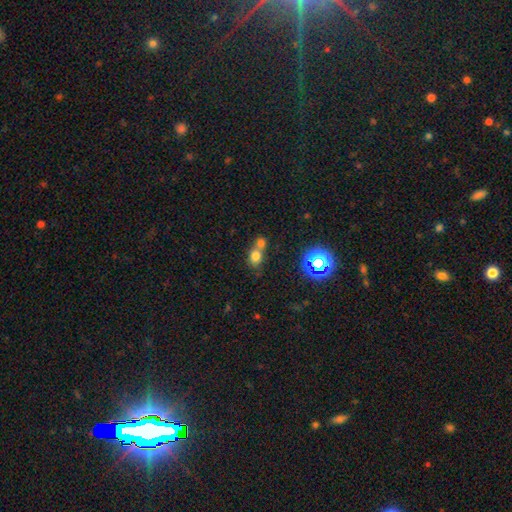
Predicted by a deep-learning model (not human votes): smooth_or_featured: smooth (p=0.72) [alt: star or artifact p=0.17]
how_rounded: round (p=0.55) [alt: in between p=0.43]
merging: merger (p=0.54) [alt: none p=0.34]